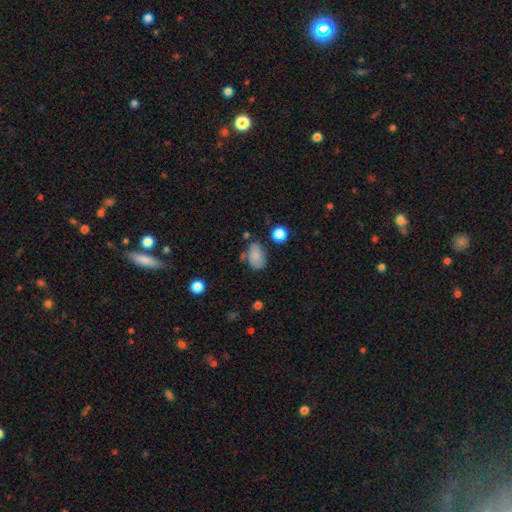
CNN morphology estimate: Smooth or featured: smooth — 84% (star or artifact — 9%)
How rounded: in between — 85% (round — 13%)
Merging: none — 66% (minor disturbance — 21%)